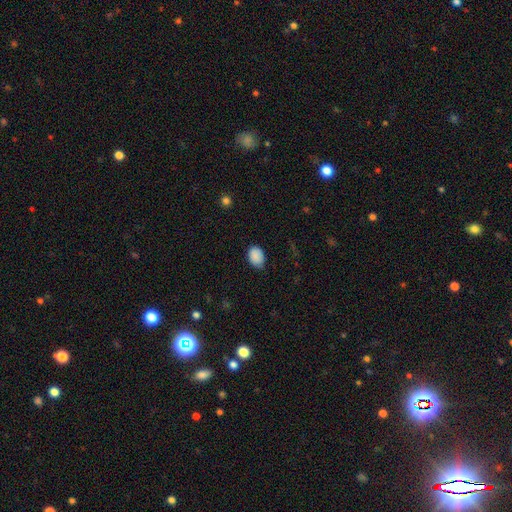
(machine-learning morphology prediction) Smooth or featured? smooth (88%)
How rounded? in between (79%)
Merging? none (69%)